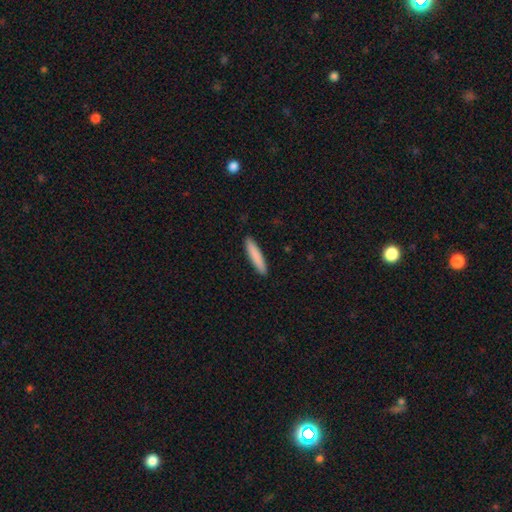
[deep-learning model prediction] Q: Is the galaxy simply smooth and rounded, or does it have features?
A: smooth — 86%.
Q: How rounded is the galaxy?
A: cigar-shaped — 90%.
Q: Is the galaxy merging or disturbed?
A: none — 91%.